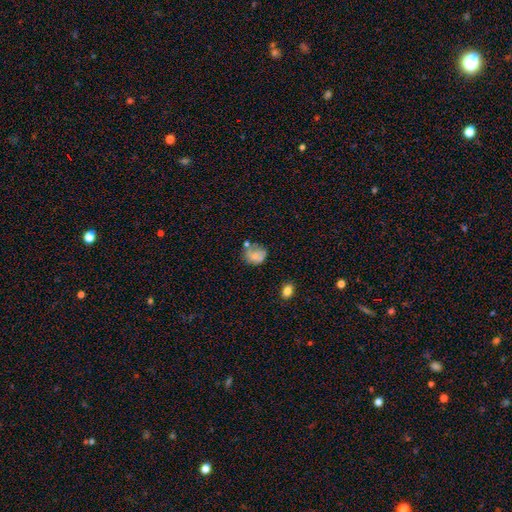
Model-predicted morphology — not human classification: Q: Smooth or featured?
A: smooth (66%); runner-up: featured or disk (23%)
Q: How rounded?
A: round (64%); runner-up: in between (35%)
Q: Merging?
A: none (48%); runner-up: minor disturbance (27%)